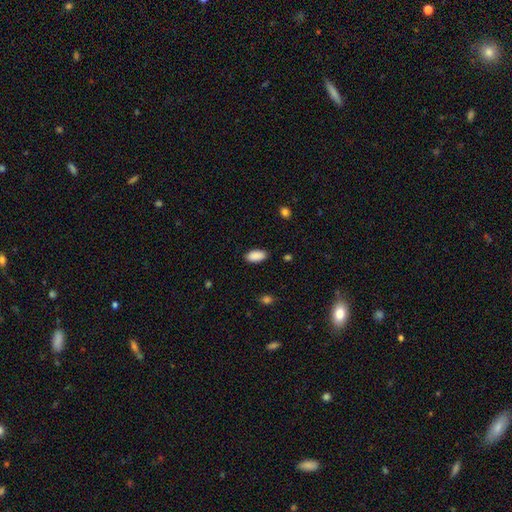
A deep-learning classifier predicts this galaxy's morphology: This appears to be a smooth galaxy with no disk features (90%) that is in between round and cigar-shaped (94%). Merging: none (87%).